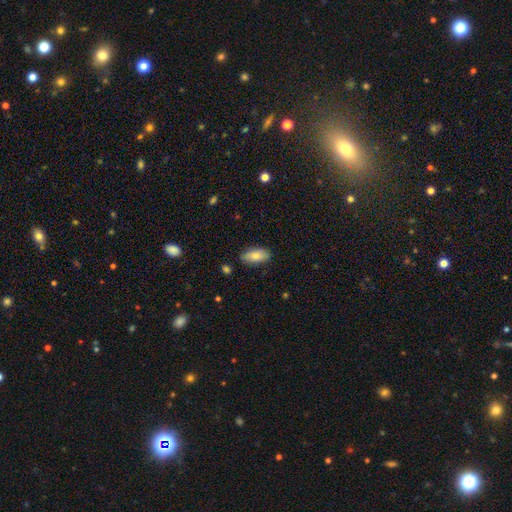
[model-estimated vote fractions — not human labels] Smooth or featured?
  - smooth: 76% *
  - featured or disk: 17%
  - star or artifact: 7%
How rounded?
  - in between: 88% *
  - cigar-shaped: 9%
  - round: 3%
Merging?
  - none: 84% *
  - minor disturbance: 13%
  - major disturbance: 2%
  - merger: 1%